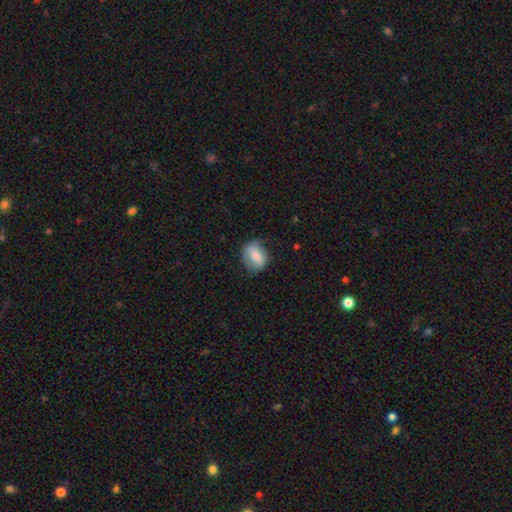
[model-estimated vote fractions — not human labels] This appears to be a smooth galaxy with no disk features (64%) that is in between round and cigar-shaped (60%). Merging: none (68%).